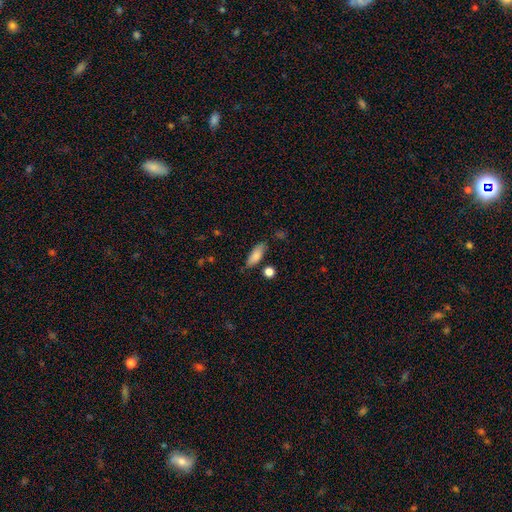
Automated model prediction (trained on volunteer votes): Smooth or featured?
  - smooth: 84% *
  - featured or disk: 9%
  - star or artifact: 7%
How rounded?
  - in between: 70% *
  - cigar-shaped: 27%
  - round: 3%
Merging?
  - none: 73% *
  - minor disturbance: 19%
  - merger: 4%
  - major disturbance: 4%